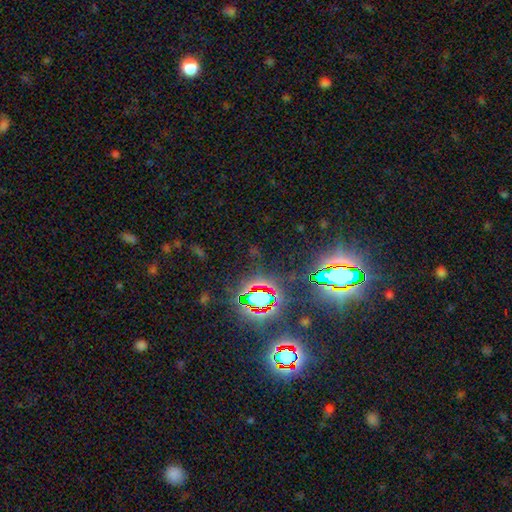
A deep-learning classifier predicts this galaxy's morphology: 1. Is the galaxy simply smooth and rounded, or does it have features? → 80% star or artifact, 12% smooth, 8% featured or disk.